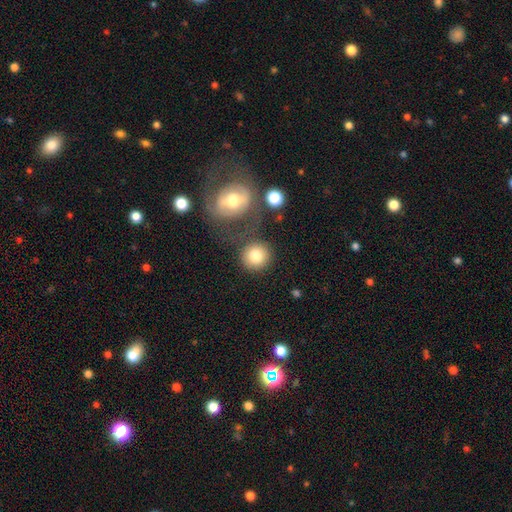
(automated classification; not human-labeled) This appears to be a smooth galaxy with no disk features (80%) that is round (90%). Merging: none (71%).